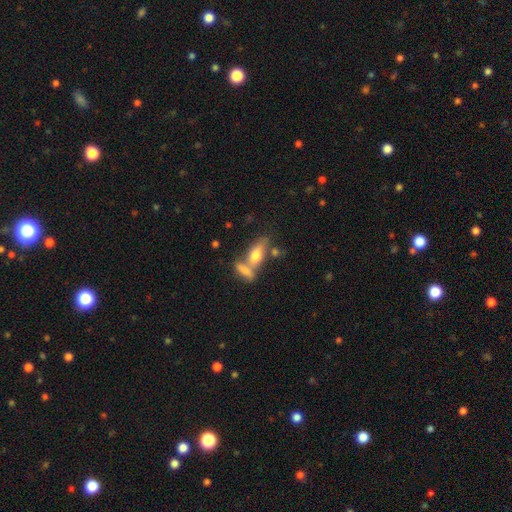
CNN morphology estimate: Smooth or featured: smooth — 70% (featured or disk — 23%)
How rounded: in between — 74% (cigar-shaped — 21%)
Merging: merger — 45% (none — 39%)